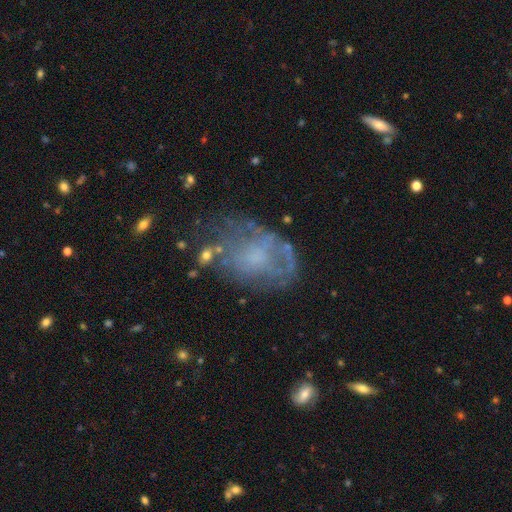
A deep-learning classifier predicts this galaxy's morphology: Q: Smooth or featured?
A: featured or disk (56%); runner-up: smooth (31%)
Q: Edge-on disk?
A: no (95%); runner-up: yes (5%)
Q: Bar?
A: no (82%); runner-up: weak (15%)
Q: Spiral arms?
A: no (59%); runner-up: yes (41%)
Q: Bulge size?
A: none (35%); runner-up: small (30%)
Q: Merging?
A: none (48%); runner-up: minor disturbance (25%)